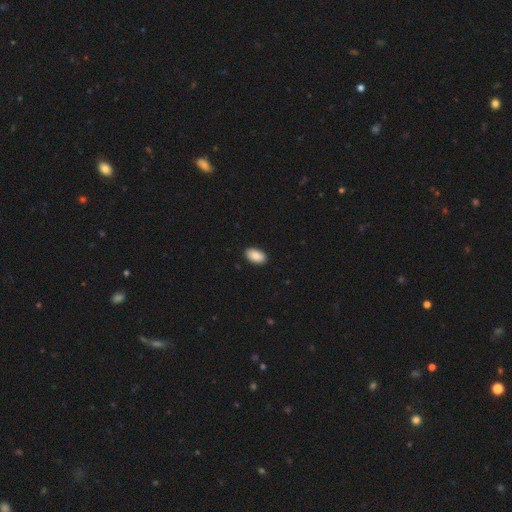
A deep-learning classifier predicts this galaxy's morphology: The model was most divided on "merging": none: 90%, minor disturbance: 7%, major disturbance: 2%, merger: 1%. More confident: how rounded — in between (94%); smooth or featured — smooth (90%).